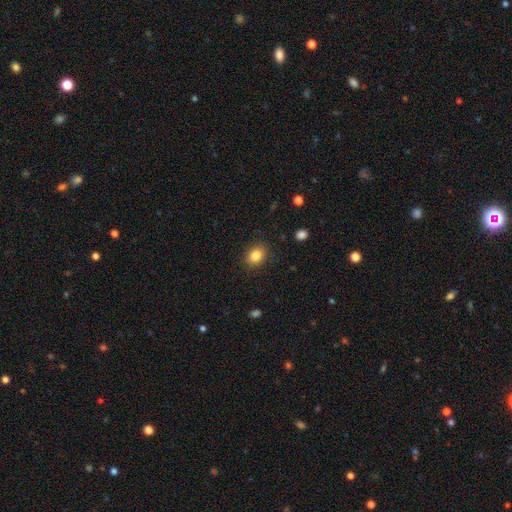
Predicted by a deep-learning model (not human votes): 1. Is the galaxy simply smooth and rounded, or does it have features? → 84% smooth, 10% star or artifact, 6% featured or disk.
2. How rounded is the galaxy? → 54% in between, 45% round, 1% cigar-shaped.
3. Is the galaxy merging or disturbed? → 87% none, 9% minor disturbance, 3% major disturbance, 1% merger.